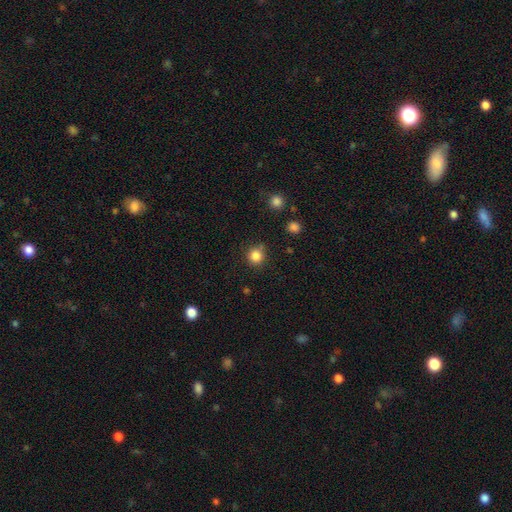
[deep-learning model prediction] Smooth or featured? smooth (84%)
How rounded? round (92%)
Merging? none (81%)